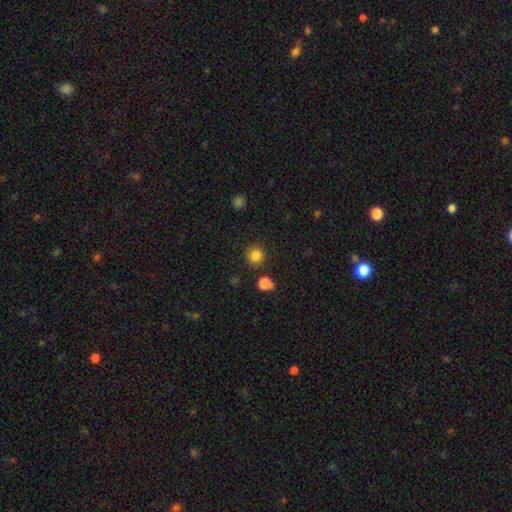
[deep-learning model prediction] A smooth galaxy with no disk features (84%) that is round (92%). Merging: none (87%).